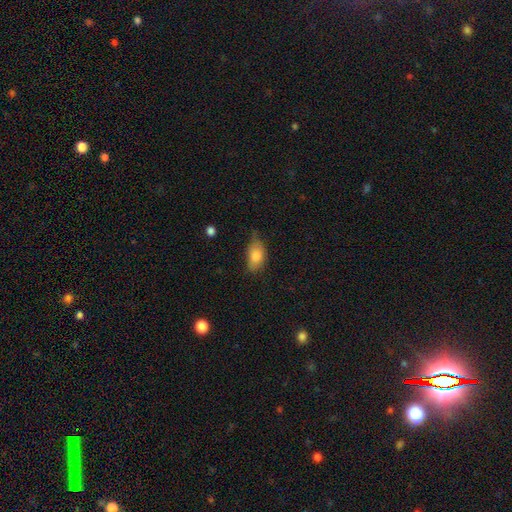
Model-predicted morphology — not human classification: Q: Smooth or featured?
A: smooth (83%); runner-up: featured or disk (10%)
Q: How rounded?
A: in between (89%); runner-up: round (8%)
Q: Merging?
A: none (51%); runner-up: minor disturbance (38%)